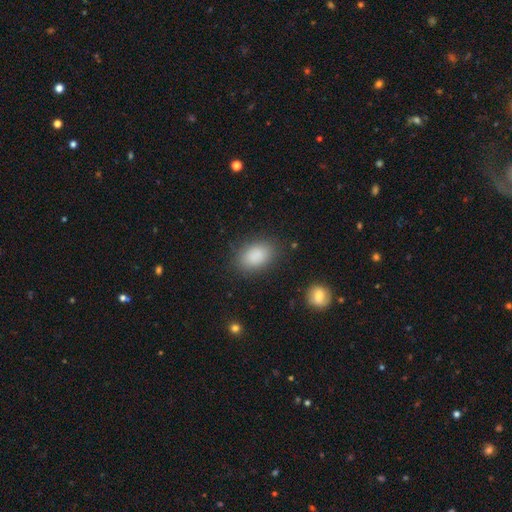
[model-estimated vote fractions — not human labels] Smooth or featured? Predicted: smooth (p=0.88). How rounded? Predicted: in between (p=0.85). Merging? Predicted: none (p=0.84).